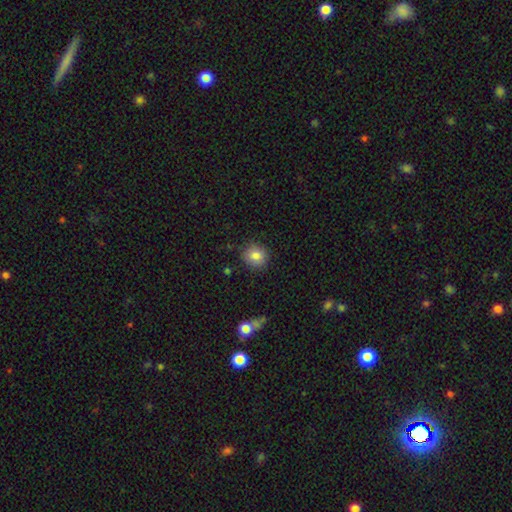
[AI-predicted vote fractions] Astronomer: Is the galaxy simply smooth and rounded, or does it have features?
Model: smooth — 83%.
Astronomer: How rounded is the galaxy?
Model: round — 81%.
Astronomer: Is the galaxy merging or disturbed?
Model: none — 85%.